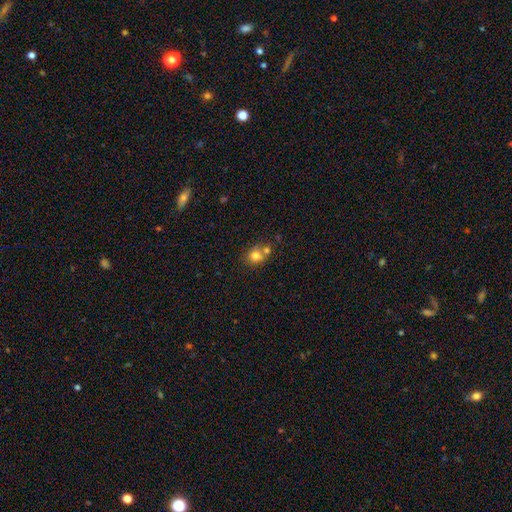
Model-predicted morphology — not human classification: This is likely a smooth galaxy (76%). How rounded: likely round (74%). Merging: possibly none (46%).